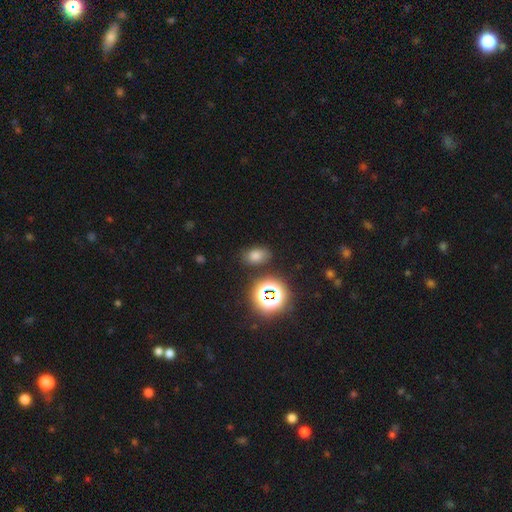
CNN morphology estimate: smooth 68%, star or artifact 24%, featured or disk 8%. Down the decision tree: how rounded — in between (75%); merging — none (80%).